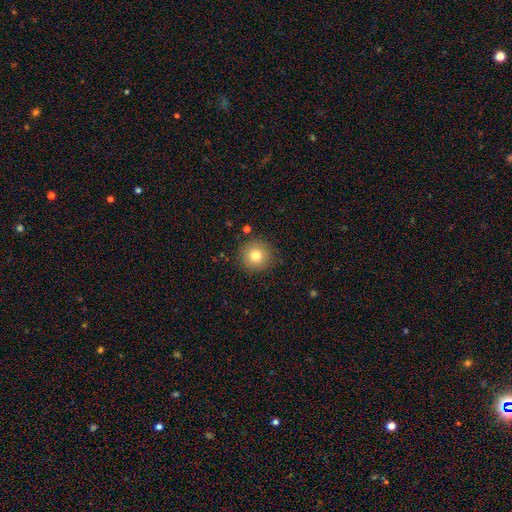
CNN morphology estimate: Q: Smooth or featured?
A: smooth (79%); runner-up: star or artifact (11%)
Q: How rounded?
A: round (95%); runner-up: in between (4%)
Q: Merging?
A: none (89%); runner-up: minor disturbance (7%)